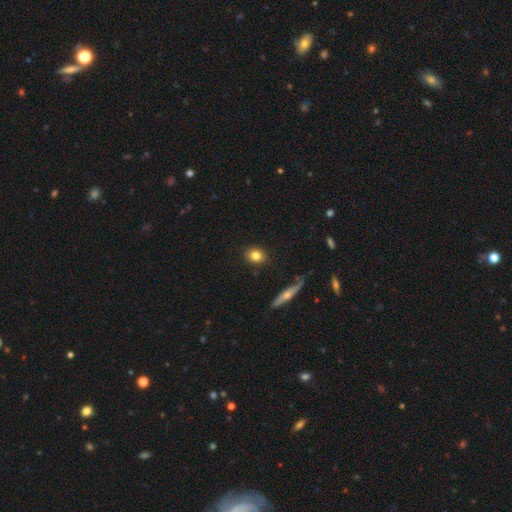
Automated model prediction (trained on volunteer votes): Smooth or featured?
  - smooth: 82% *
  - featured or disk: 9%
  - star or artifact: 9%
How rounded?
  - round: 61% *
  - in between: 36%
  - cigar-shaped: 3%
Merging?
  - none: 88% *
  - minor disturbance: 8%
  - major disturbance: 2%
  - merger: 2%